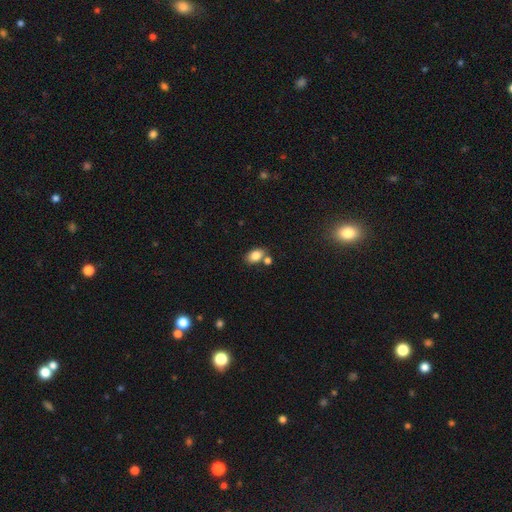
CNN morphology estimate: The model was most divided on "merging": none: 63%, merger: 21%, minor disturbance: 13%, major disturbance: 3%. More confident: how rounded — in between (84%); smooth or featured — smooth (83%).